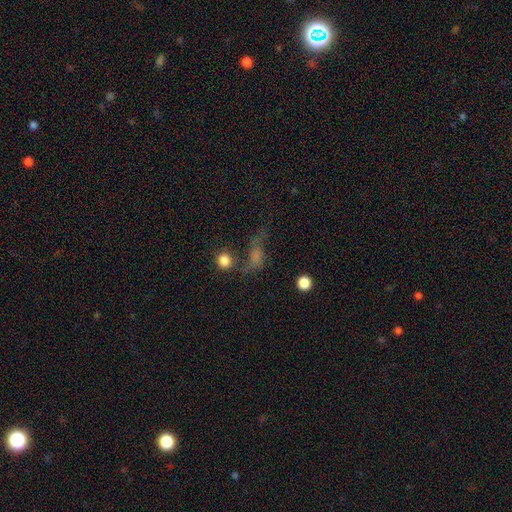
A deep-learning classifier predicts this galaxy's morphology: type=smooth (49%); merging=none (35%).